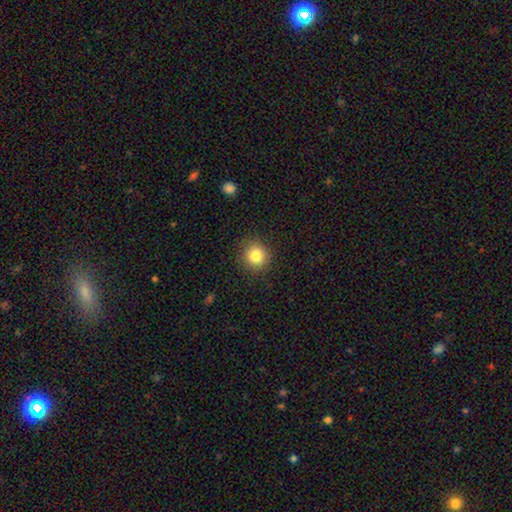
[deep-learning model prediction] Smooth or featured: smooth — 83% (star or artifact — 11%)
How rounded: round — 91% (in between — 8%)
Merging: none — 90% (minor disturbance — 7%)